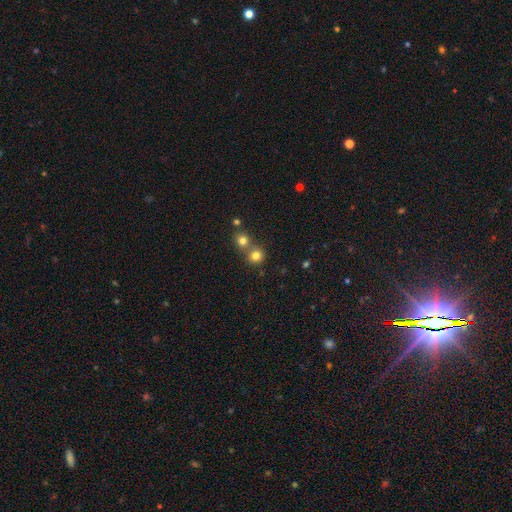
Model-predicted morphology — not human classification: This appears to be a smooth galaxy with no disk features (78%) that is round (90%). Merging: none (58%).